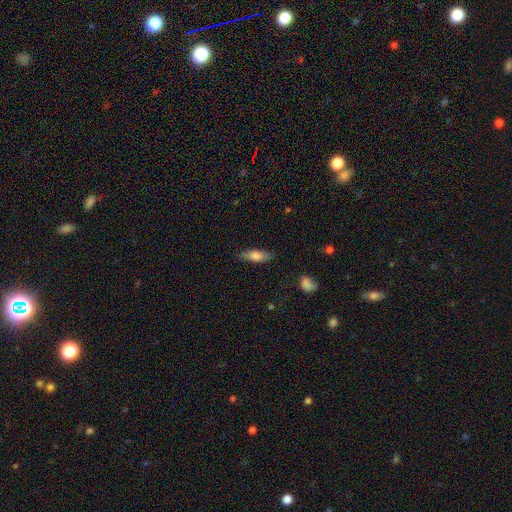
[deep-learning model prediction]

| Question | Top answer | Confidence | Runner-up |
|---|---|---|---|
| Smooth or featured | smooth | 74% | featured or disk (19%) |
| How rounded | in between | 64% | cigar-shaped (34%) |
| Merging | none | 82% | minor disturbance (13%) |